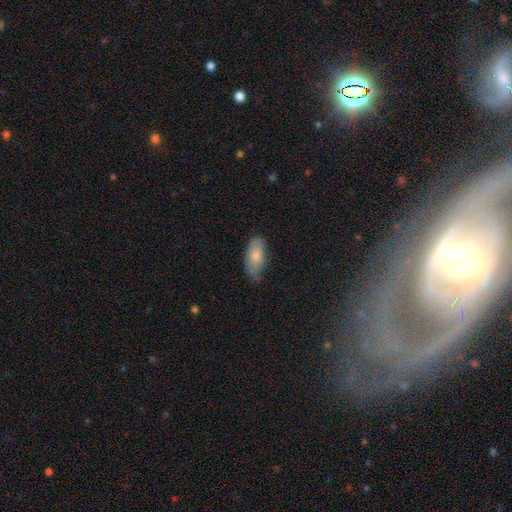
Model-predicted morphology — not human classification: Smooth or featured: smooth — 77% (featured or disk — 17%)
How rounded: in between — 89% (cigar-shaped — 9%)
Merging: none — 63% (minor disturbance — 30%)